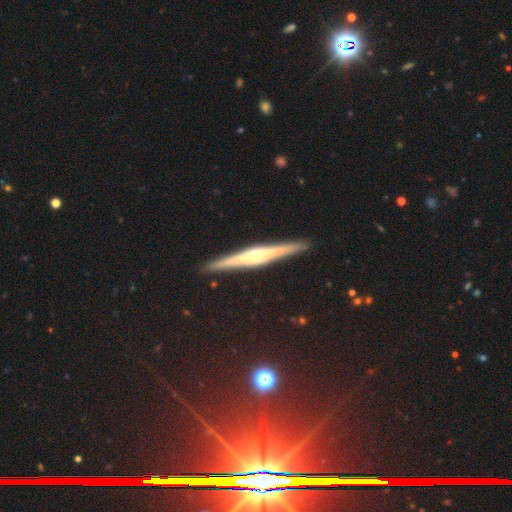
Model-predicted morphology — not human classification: Smooth or featured? featured or disk (80%)
Edge-on disk? yes (97%)
Edge-on bulge? rounded (80%)
Merging? none (92%)